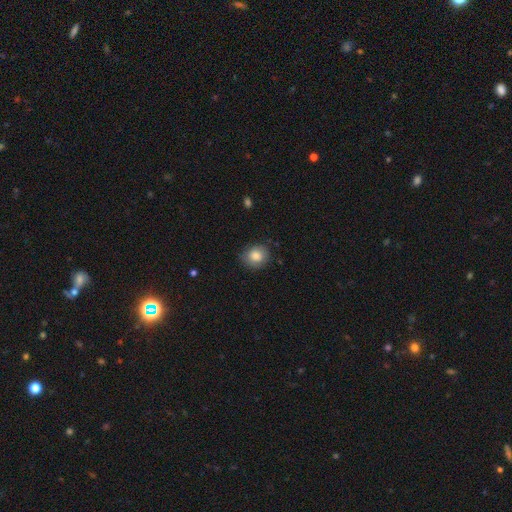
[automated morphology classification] Smooth or featured: smooth — 82% (featured or disk — 10%)
How rounded: round — 78% (in between — 21%)
Merging: none — 79% (minor disturbance — 16%)